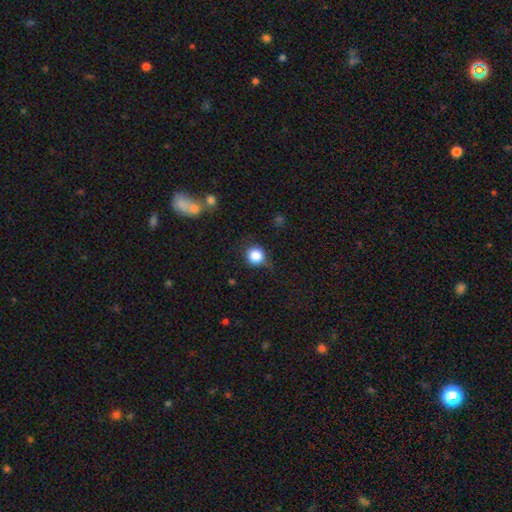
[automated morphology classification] Smooth or featured? Predicted: smooth (p=0.85). How rounded? Predicted: round (p=0.89). Merging? Predicted: none (p=0.70).